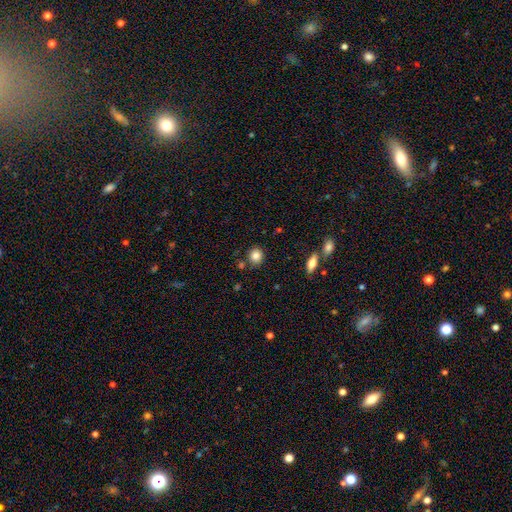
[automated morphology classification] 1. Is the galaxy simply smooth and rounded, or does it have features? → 85% smooth, 10% star or artifact, 6% featured or disk.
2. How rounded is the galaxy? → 80% round, 19% in between, 1% cigar-shaped.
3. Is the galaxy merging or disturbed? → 83% none, 9% minor disturbance, 5% merger, 3% major disturbance.